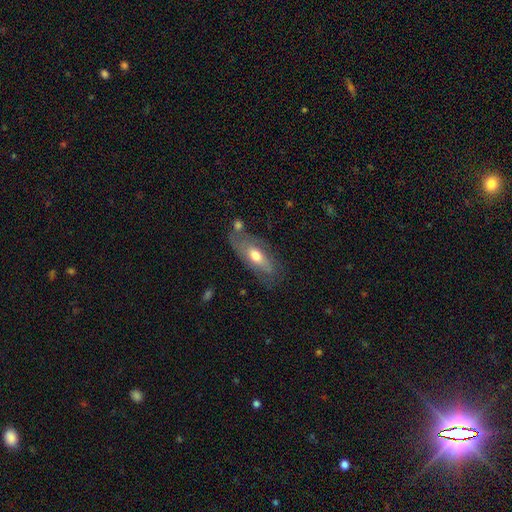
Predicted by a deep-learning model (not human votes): Smooth or featured? Predicted: smooth (p=0.50). How rounded? Predicted: in between (p=0.77). Merging? Predicted: none (p=0.59).